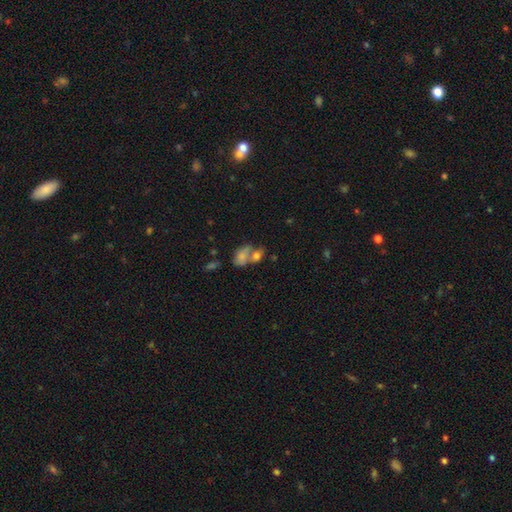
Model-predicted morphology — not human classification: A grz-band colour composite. It shows a smooth galaxy with no disk features (70%) that is in between round and cigar-shaped (78%). Merging: merger (59%).